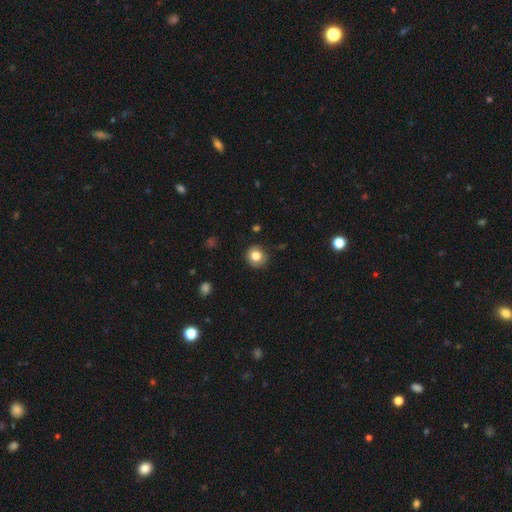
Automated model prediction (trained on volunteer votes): A smooth galaxy with no disk features (79%) that is round (88%).

Vote fractions:
- Smooth or featured? smooth: 79% / featured or disk: 11% / star or artifact: 10%
- How rounded? round: 88% / in between: 11% / cigar-shaped: 1%
- Merging? none: 82% / minor disturbance: 14% / major disturbance: 3% / merger: 1%